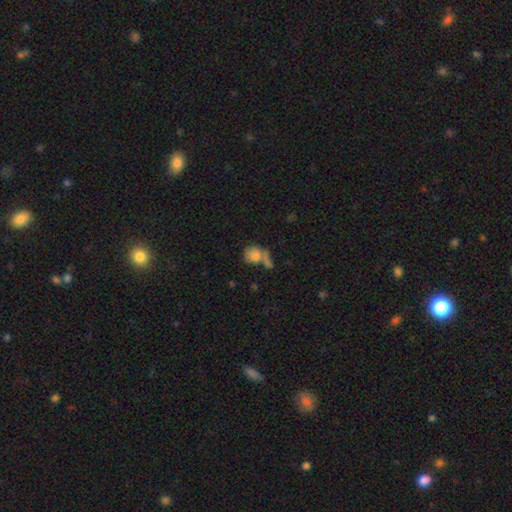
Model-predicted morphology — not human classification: Q: Smooth or featured?
A: smooth (75%); runner-up: featured or disk (14%)
Q: How rounded?
A: round (65%); runner-up: in between (32%)
Q: Merging?
A: none (42%); runner-up: merger (33%)